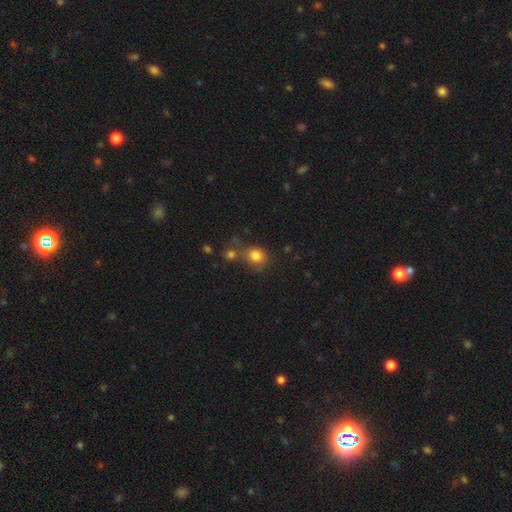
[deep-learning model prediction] smooth 81%, star or artifact 12%, featured or disk 7%. Down the decision tree: how rounded — round (76%); merging — none (61%).